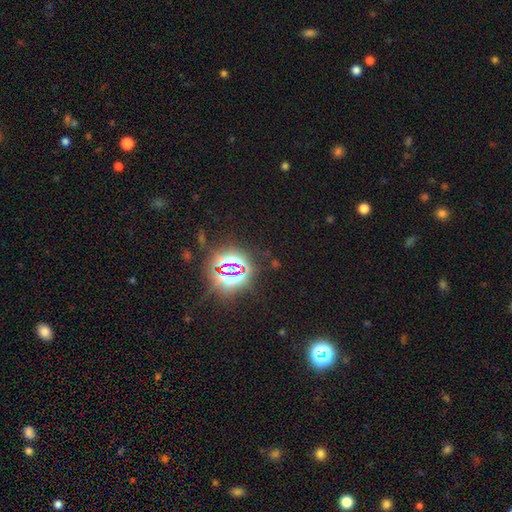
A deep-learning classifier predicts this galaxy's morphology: The model was most divided on "smooth or featured": star or artifact: 80%, smooth: 13%, featured or disk: 7%.